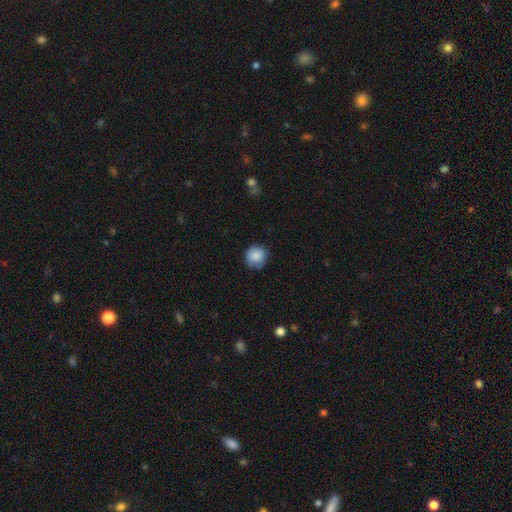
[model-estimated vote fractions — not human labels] smooth_or_featured: smooth (p=0.86) [alt: star or artifact p=0.08]
how_rounded: round (p=0.89) [alt: in between p=0.10]
merging: none (p=0.74) [alt: minor disturbance p=0.21]